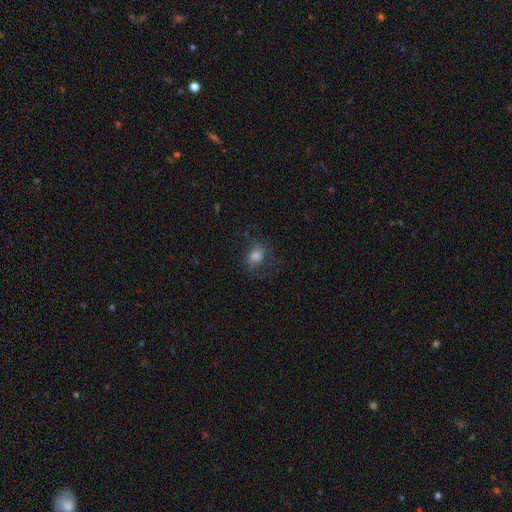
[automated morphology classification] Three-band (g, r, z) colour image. It shows a smooth galaxy with no disk features (58%) that is in between round and cigar-shaped (50%). Merging: none (59%).